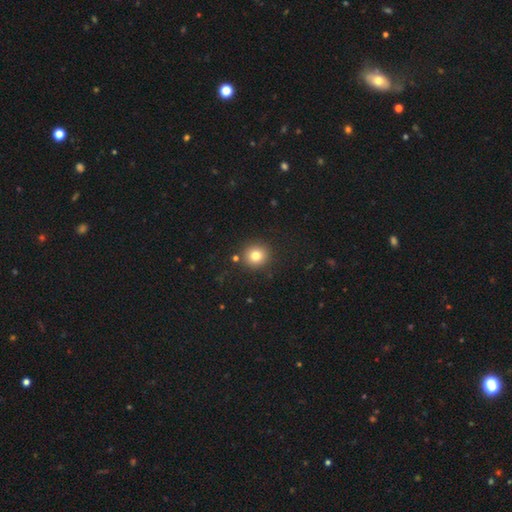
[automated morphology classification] Smooth or featured? Predicted: smooth (p=0.80). How rounded? Predicted: round (p=0.91). Merging? Predicted: none (p=0.88).